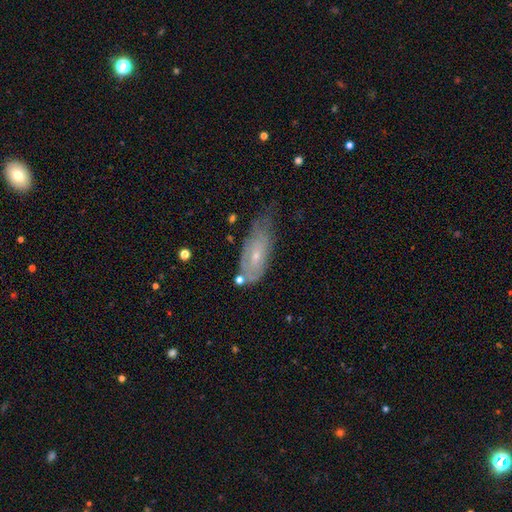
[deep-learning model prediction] A featured or disk galaxy (55%).

Vote fractions:
- Smooth or featured? featured or disk: 55% / smooth: 36% / star or artifact: 10%
- Edge-on disk? no: 83% / yes: 17%
- Merging? none: 43% / minor disturbance: 38% / major disturbance: 14% / merger: 6%